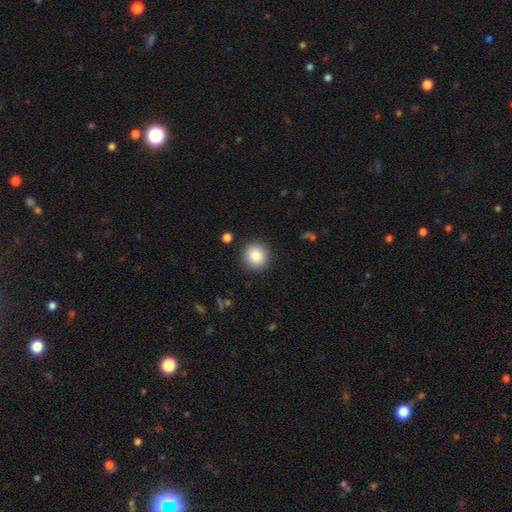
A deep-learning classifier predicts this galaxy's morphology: A smooth galaxy with no disk features (87%) that is round (91%). Merging: none (90%).